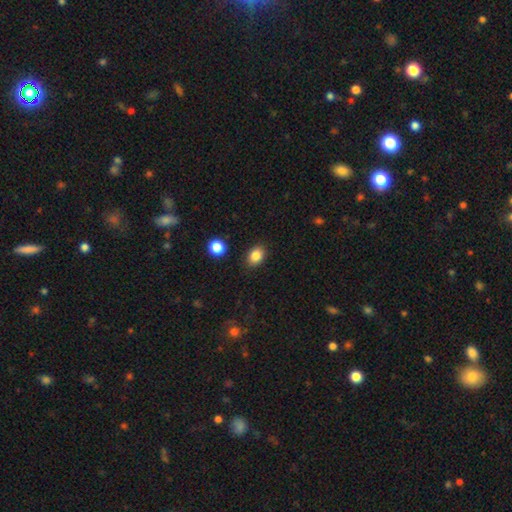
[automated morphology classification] A smooth galaxy with no disk features (85%) that is in between round and cigar-shaped (69%).

Vote fractions:
- Smooth or featured? smooth: 85% / star or artifact: 10% / featured or disk: 5%
- How rounded? in between: 69% / round: 30% / cigar-shaped: 1%
- Merging? none: 87% / minor disturbance: 9% / major disturbance: 2% / merger: 2%